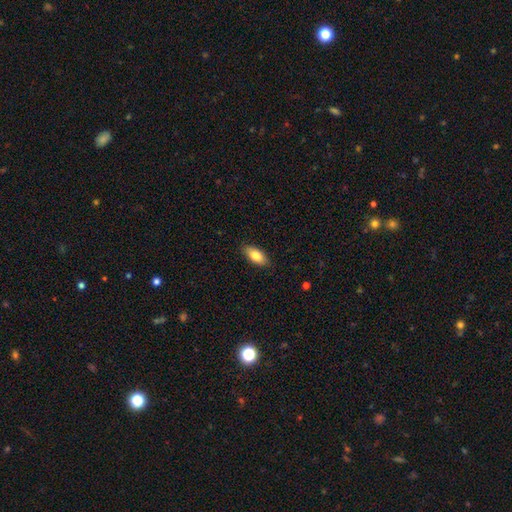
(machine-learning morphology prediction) Q: Smooth or featured?
A: smooth (82%); runner-up: featured or disk (12%)
Q: How rounded?
A: in between (88%); runner-up: cigar-shaped (9%)
Q: Merging?
A: none (87%); runner-up: minor disturbance (10%)